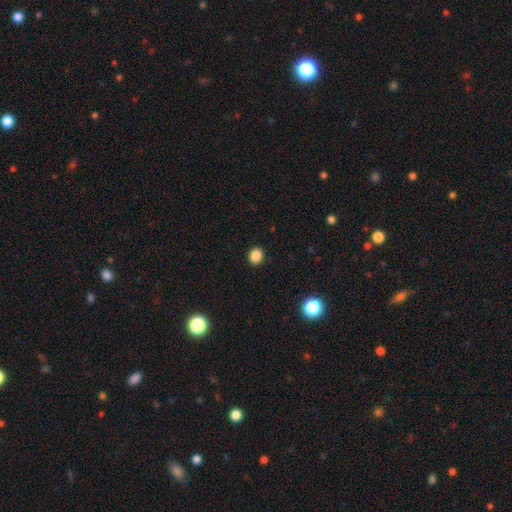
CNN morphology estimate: Smooth or featured? Predicted: smooth (p=0.86). How rounded? Predicted: round (p=0.79). Merging? Predicted: none (p=0.92).